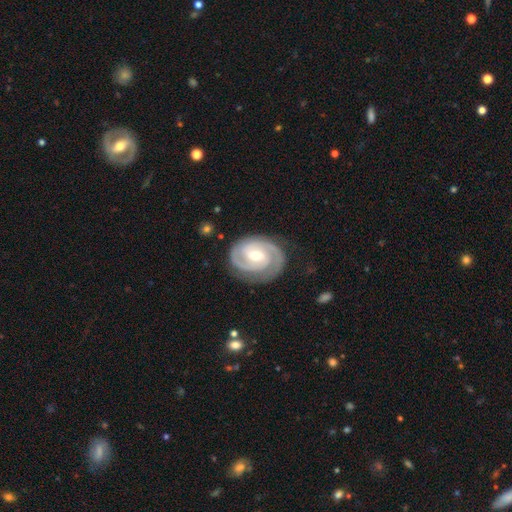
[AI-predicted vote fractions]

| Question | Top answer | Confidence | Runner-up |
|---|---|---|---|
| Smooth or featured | featured or disk | 91% | smooth (6%) |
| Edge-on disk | no | 98% | yes (2%) |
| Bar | weak | 49% | no (33%) |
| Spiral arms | yes | 98% | no (2%) |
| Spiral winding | tight | 65% | medium (31%) |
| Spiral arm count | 2 | 83% | 3 (7%) |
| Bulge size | moderate | 59% | small (37%) |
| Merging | none | 82% | minor disturbance (13%) |